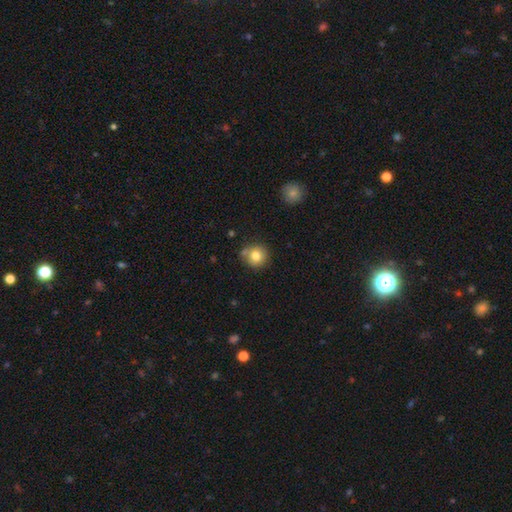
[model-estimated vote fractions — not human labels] A smooth galaxy with no disk features (80%) that is round (91%).

Vote fractions:
- Smooth or featured? smooth: 80% / star or artifact: 10% / featured or disk: 10%
- How rounded? round: 91% / in between: 8% / cigar-shaped: 1%
- Merging? none: 73% / minor disturbance: 15% / merger: 9% / major disturbance: 3%